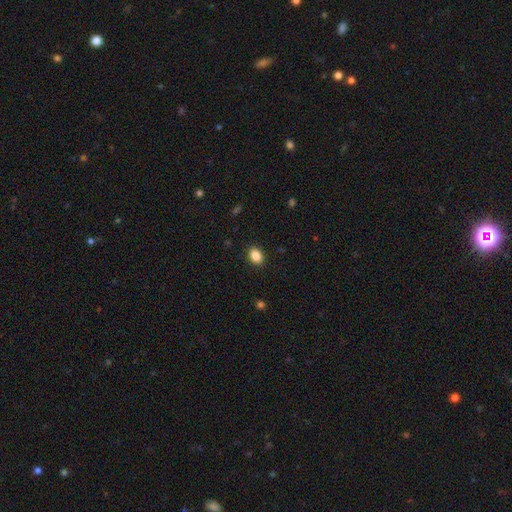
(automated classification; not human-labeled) A smooth galaxy with no disk features (88%) that is in between round and cigar-shaped (71%).

Vote fractions:
- Smooth or featured? smooth: 88% / star or artifact: 9% / featured or disk: 4%
- How rounded? in between: 71% / round: 28% / cigar-shaped: 1%
- Merging? none: 90% / minor disturbance: 7% / major disturbance: 2% / merger: 1%